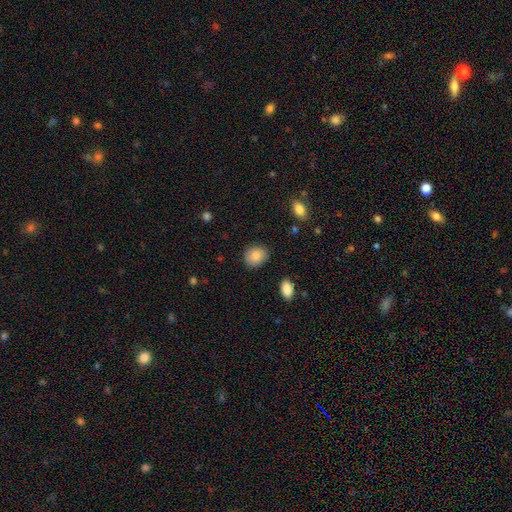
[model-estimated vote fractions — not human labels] The model was most divided on "how rounded": round: 57%, in between: 42%, cigar-shaped: 1%. More confident: smooth or featured — smooth (86%); merging — none (86%).